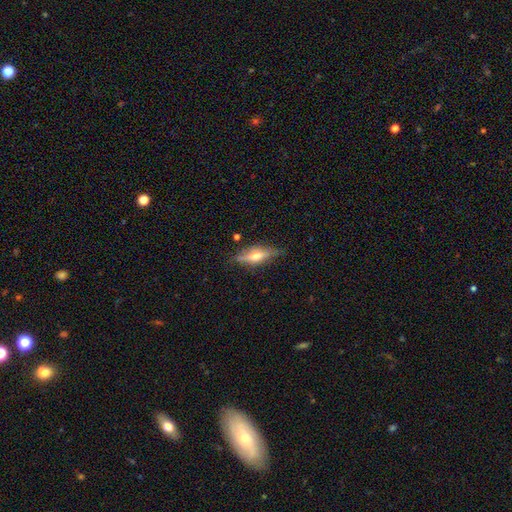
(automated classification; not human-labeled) smooth-or-featured: featured or disk: 62% | smooth: 31% | star or artifact: 8%
  disk-edge-on: yes: 92% | no: 8%
    edge-on-bulge: rounded: 87% | boxy: 9% | none: 4%
  merging: none: 78% | minor disturbance: 16% | major disturbance: 4% | merger: 2%